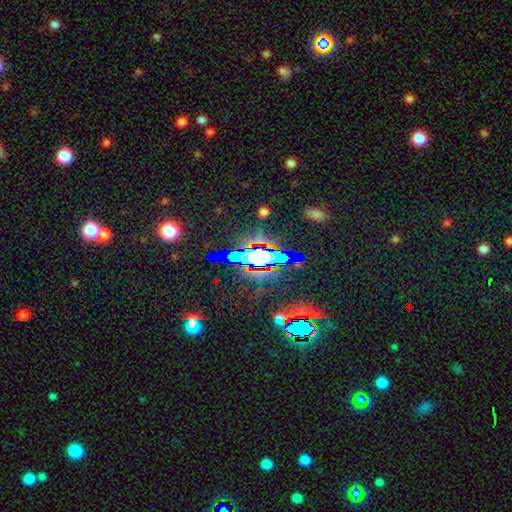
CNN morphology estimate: This is likely a star or artifact rather than a galaxy (79%).